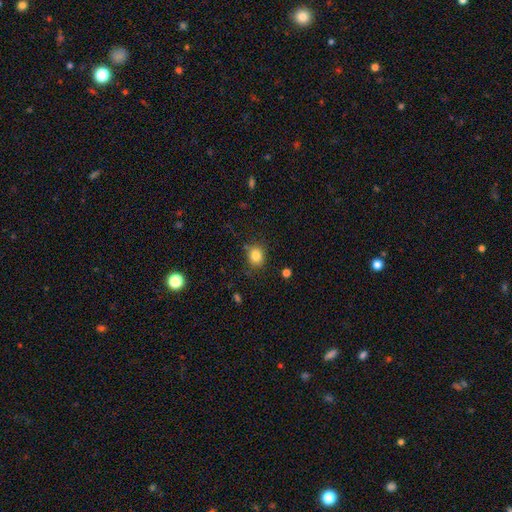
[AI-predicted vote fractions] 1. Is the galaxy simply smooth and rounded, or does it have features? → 84% smooth, 11% star or artifact, 6% featured or disk.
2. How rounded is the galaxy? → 67% round, 33% in between, 1% cigar-shaped.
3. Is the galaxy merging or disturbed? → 80% none, 13% minor disturbance, 3% major disturbance, 3% merger.